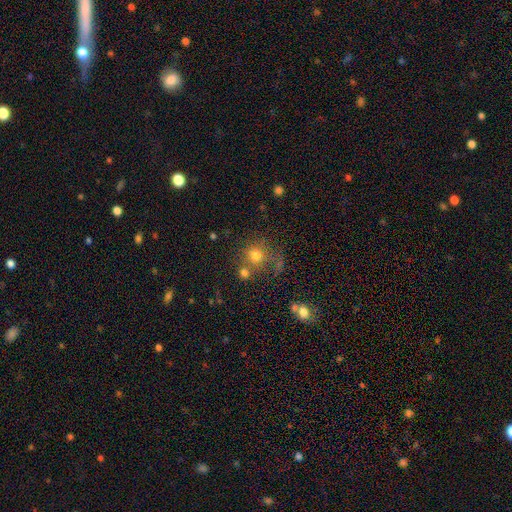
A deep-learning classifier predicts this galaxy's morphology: This appears to be a smooth galaxy with no disk features (71%) that is round (87%). Merging: none (60%).